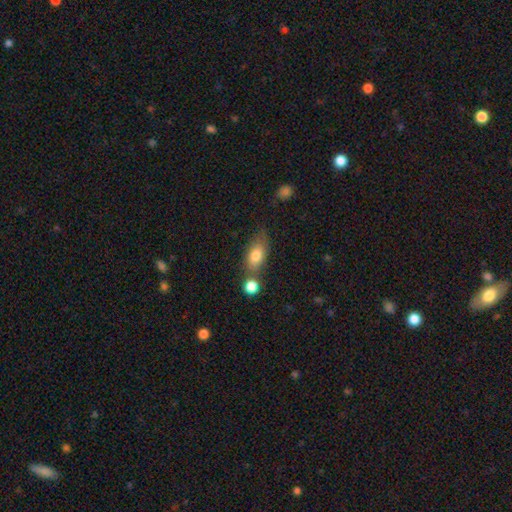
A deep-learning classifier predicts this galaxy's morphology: A smooth galaxy with no disk features (78%) that is in between round and cigar-shaped (82%).

Vote fractions:
- Smooth or featured? smooth: 78% / featured or disk: 14% / star or artifact: 8%
- How rounded? in between: 82% / round: 9% / cigar-shaped: 8%
- Merging? none: 57% / merger: 19% / minor disturbance: 18% / major disturbance: 6%